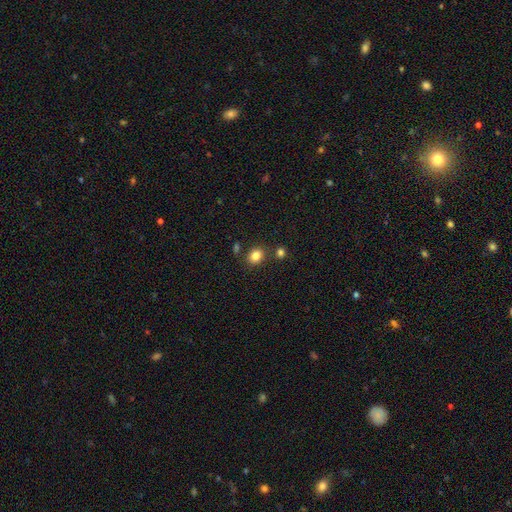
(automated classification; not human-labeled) The model was most divided on "how rounded": in between: 50%, round: 49%, cigar-shaped: 1%. More confident: smooth or featured — smooth (84%); merging — none (78%).